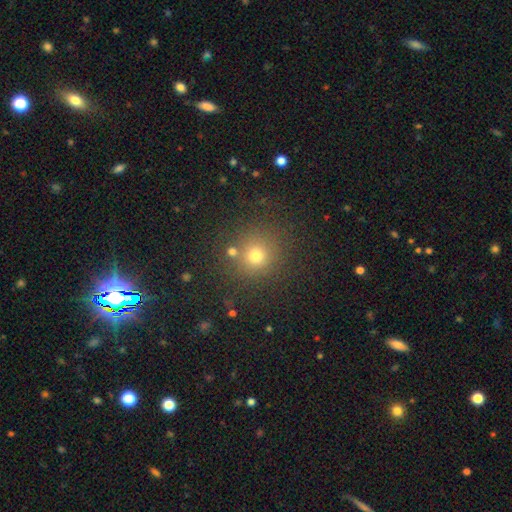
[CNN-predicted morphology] Smooth or featured: smooth — 72% (star or artifact — 20%)
How rounded: round — 92% (in between — 7%)
Merging: none — 79% (minor disturbance — 9%)